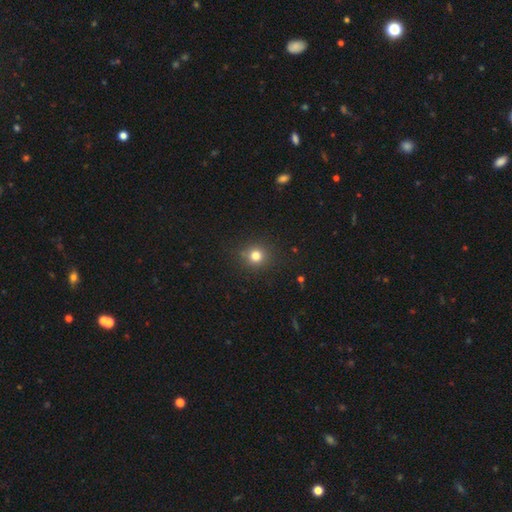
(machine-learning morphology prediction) This appears to be a smooth galaxy with no disk features (79%) that is round (91%). Merging: none (89%).